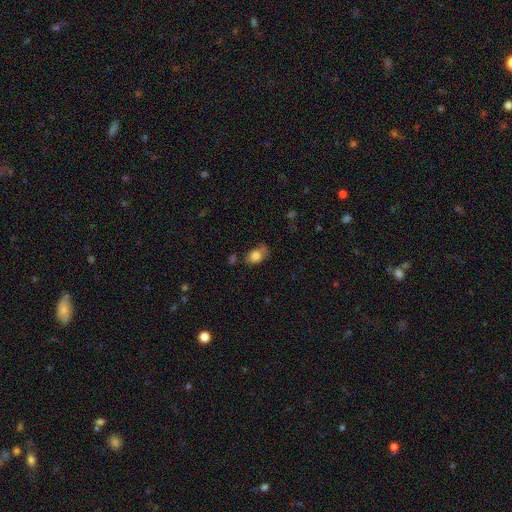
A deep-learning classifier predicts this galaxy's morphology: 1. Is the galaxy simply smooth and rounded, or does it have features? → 79% smooth, 12% featured or disk, 9% star or artifact.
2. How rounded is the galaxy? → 75% in between, 24% round, 2% cigar-shaped.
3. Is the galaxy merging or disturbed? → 52% none, 30% minor disturbance, 12% major disturbance, 6% merger.